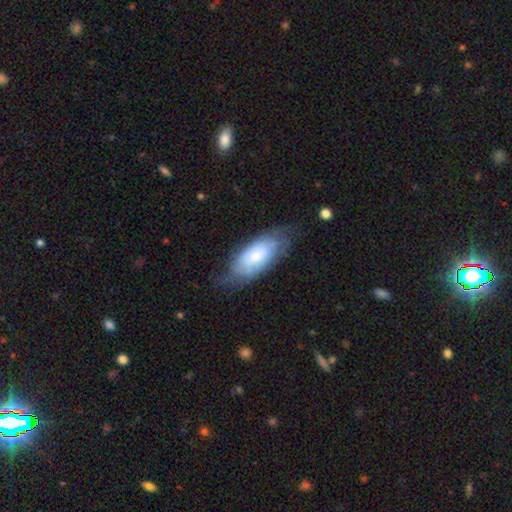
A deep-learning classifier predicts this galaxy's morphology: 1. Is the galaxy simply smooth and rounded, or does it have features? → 54% smooth, 39% featured or disk, 7% star or artifact.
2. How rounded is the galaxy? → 85% in between, 13% cigar-shaped, 2% round.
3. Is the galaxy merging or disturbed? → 61% none, 27% minor disturbance, 10% major disturbance, 2% merger.